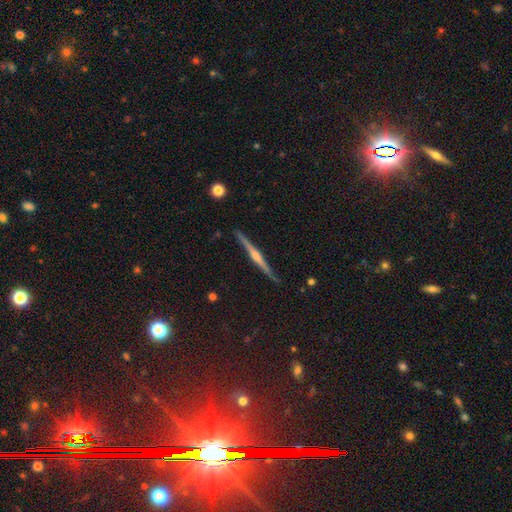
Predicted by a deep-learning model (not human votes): This appears to be a featured or disk galaxy (82%) viewed edge-on (98%) with a rounded central bulge (84%). Merging: none (91%).